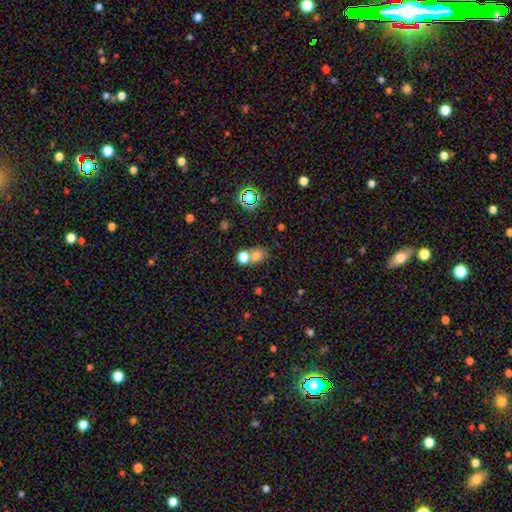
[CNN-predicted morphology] smooth 71%, star or artifact 19%, featured or disk 10%. Down the decision tree: how rounded — round (60%); merging — none (48%).